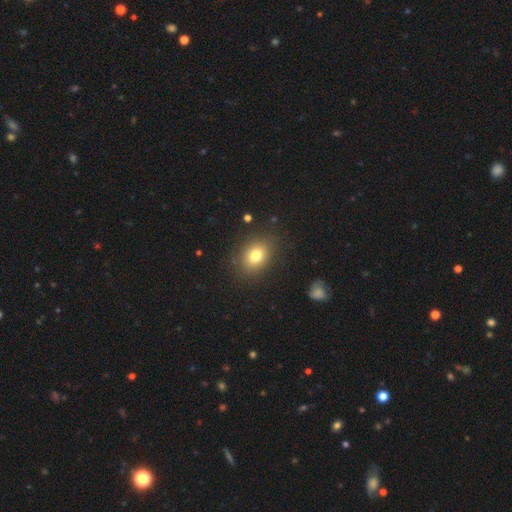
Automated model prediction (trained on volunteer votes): Smooth or featured?
  - smooth: 78% *
  - star or artifact: 11%
  - featured or disk: 11%
How rounded?
  - in between: 63% *
  - round: 36%
  - cigar-shaped: 1%
Merging?
  - none: 84% *
  - minor disturbance: 11%
  - major disturbance: 4%
  - merger: 2%